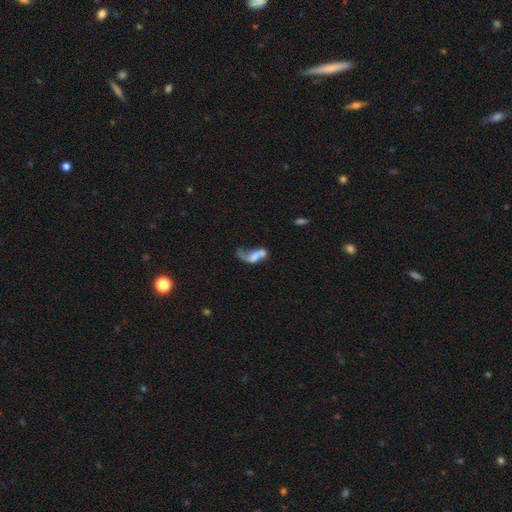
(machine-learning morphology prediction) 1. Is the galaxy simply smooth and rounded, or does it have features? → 47% featured or disk, 41% smooth, 12% star or artifact.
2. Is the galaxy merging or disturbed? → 39% merger, 31% major disturbance, 19% none, 11% minor disturbance.